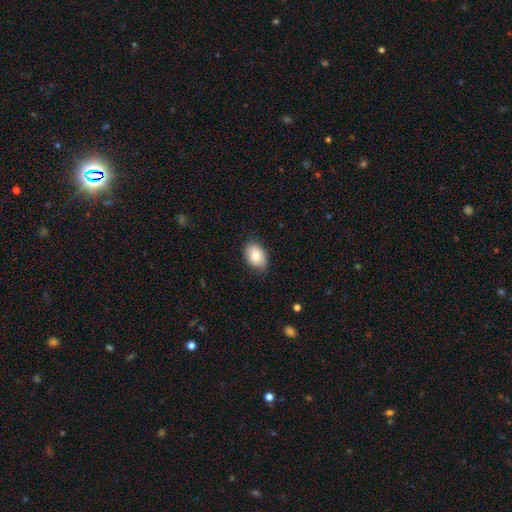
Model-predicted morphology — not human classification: A smooth galaxy with no disk features (82%) that is in between round and cigar-shaped (85%).

Vote fractions:
- Smooth or featured? smooth: 82% / featured or disk: 11% / star or artifact: 7%
- How rounded? in between: 85% / round: 14% / cigar-shaped: 1%
- Merging? none: 77% / minor disturbance: 19% / major disturbance: 3% / merger: 1%